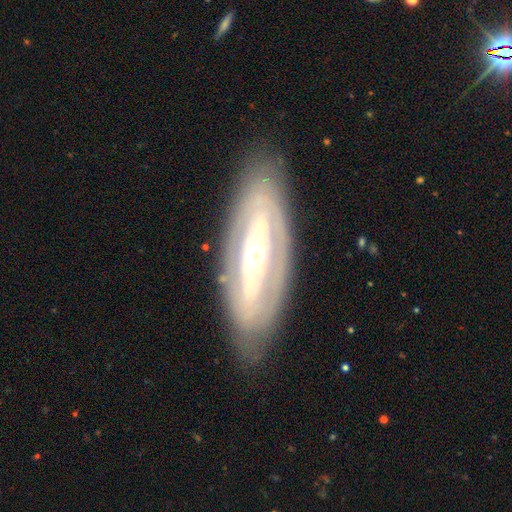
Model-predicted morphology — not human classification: This appears to be a featured or disk galaxy (78%) with no bar (43%), spiral arms (55%) and a small central bulge (50%). Merging: none (82%).